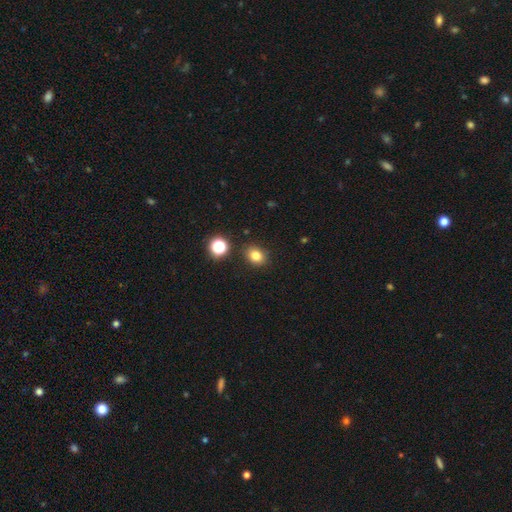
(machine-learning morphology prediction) smooth_or_featured: smooth (p=0.80) [alt: star or artifact p=0.14]
how_rounded: in between (p=0.52) [alt: round p=0.47]
merging: none (p=0.85) [alt: minor disturbance p=0.09]